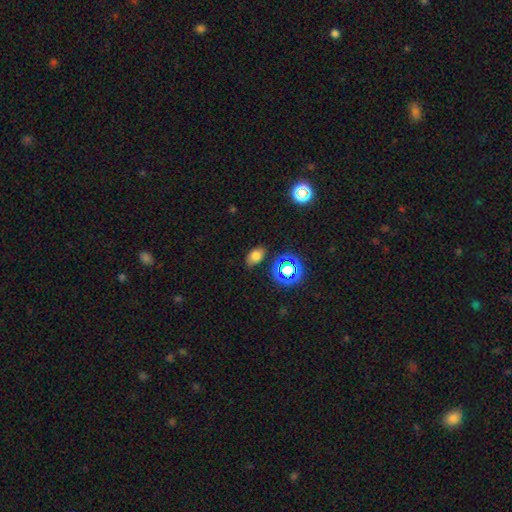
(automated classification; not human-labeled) smooth-or-featured: smooth: 70% | star or artifact: 21% | featured or disk: 9%
  how-rounded: in between: 85% | round: 13% | cigar-shaped: 2%
  merging: none: 83% | minor disturbance: 12% | major disturbance: 3% | merger: 2%